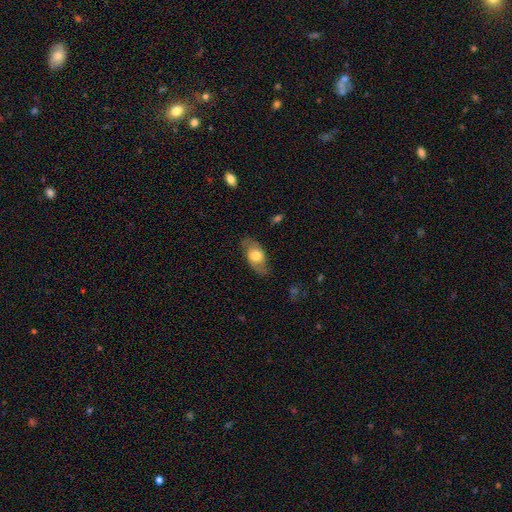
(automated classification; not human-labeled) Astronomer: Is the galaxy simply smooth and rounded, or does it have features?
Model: smooth — 56% (runner-up: featured or disk, 37%).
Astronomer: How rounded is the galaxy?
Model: in between — 86%.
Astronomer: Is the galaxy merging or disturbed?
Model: none — 75%.